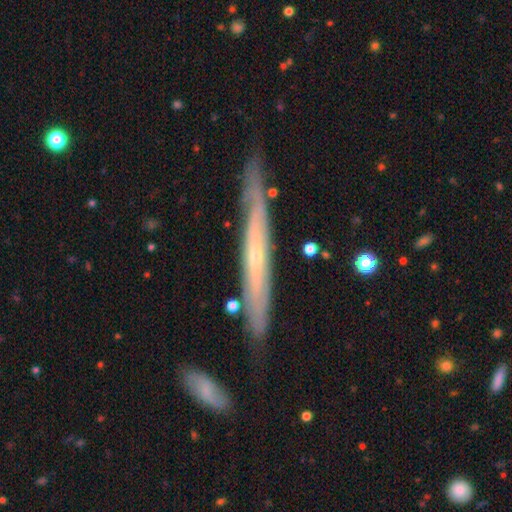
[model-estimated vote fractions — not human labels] The model was most divided on "edge-on bulge": none: 54%, rounded: 42%, boxy: 3%. More confident: edge-on disk — yes (85%); merging — none (81%); smooth or featured — featured or disk (72%).